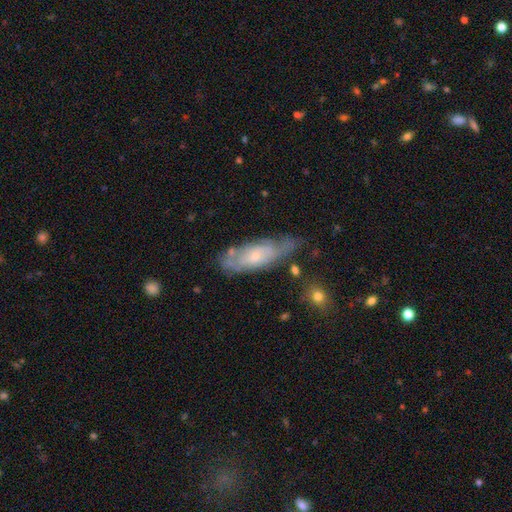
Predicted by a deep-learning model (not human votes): featured or disk 60%, smooth 33%, star or artifact 7%. Down the decision tree: edge-on disk — no (81%); merging — none (54%).